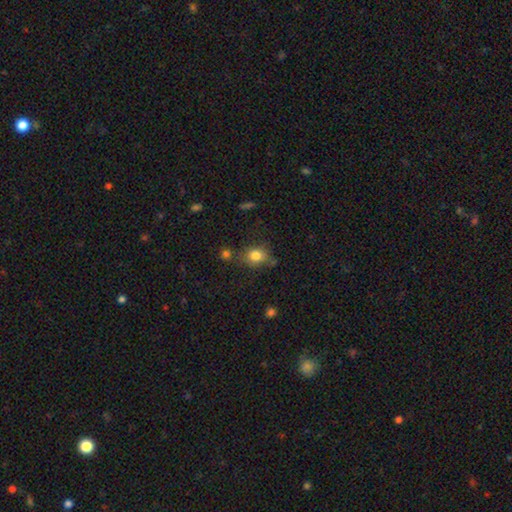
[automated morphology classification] This appears to be a smooth galaxy with no disk features (81%) that is round (56%). Merging: none (68%).